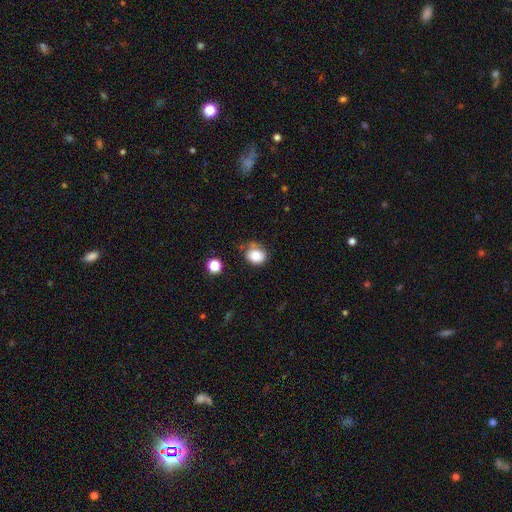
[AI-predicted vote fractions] Morphology: type=smooth (82%); roundness=round (60%); merging=none (58%).